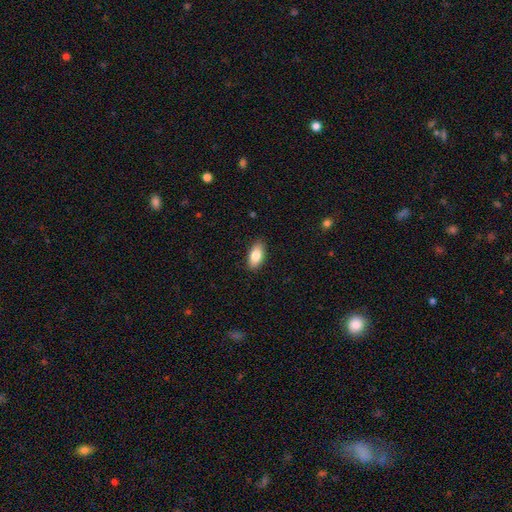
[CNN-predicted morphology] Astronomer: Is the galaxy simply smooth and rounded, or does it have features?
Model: smooth — 83%.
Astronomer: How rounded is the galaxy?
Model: in between — 91%.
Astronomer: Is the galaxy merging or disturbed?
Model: none — 88%.